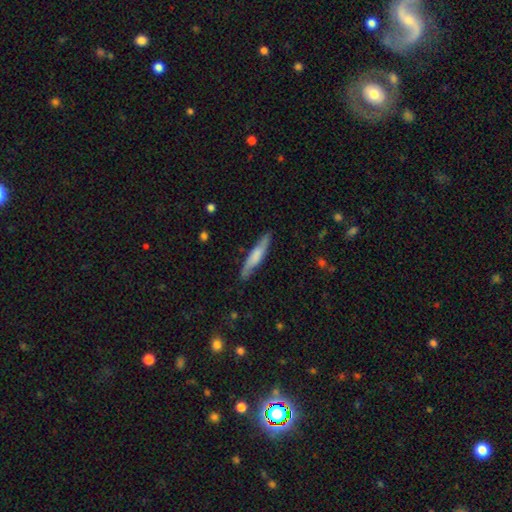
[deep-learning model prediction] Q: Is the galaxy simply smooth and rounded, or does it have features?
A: smooth — 57%.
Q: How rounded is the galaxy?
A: cigar-shaped — 88%.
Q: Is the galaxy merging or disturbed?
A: none — 83%.